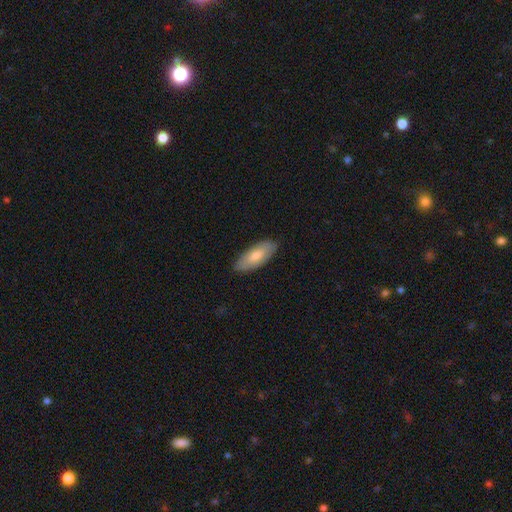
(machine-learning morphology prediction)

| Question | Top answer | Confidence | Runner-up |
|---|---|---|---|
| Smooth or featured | smooth | 69% | featured or disk (24%) |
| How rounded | in between | 76% | cigar-shaped (22%) |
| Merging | none | 88% | minor disturbance (9%) |